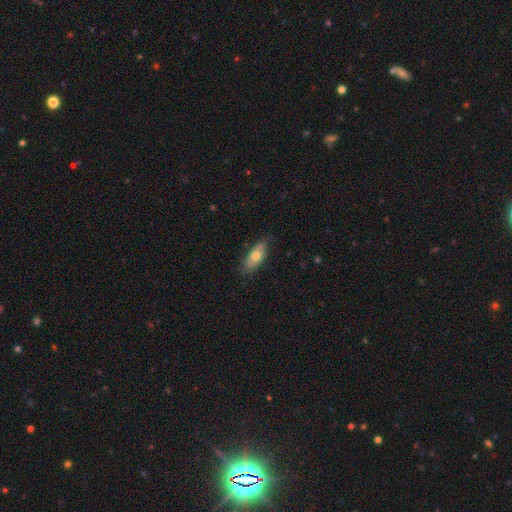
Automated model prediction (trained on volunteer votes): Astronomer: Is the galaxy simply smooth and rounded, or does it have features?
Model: smooth — 65%.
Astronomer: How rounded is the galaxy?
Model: in between — 81%.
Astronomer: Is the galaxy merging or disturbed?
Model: none — 76%.